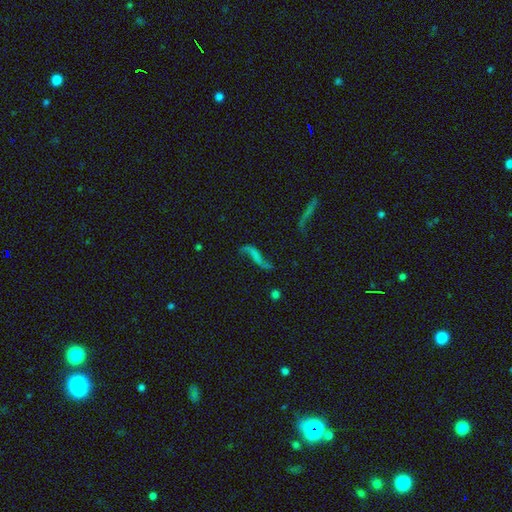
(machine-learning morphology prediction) Smooth or featured?
  - featured or disk: 68% *
  - smooth: 20%
  - star or artifact: 12%
Edge-on disk?
  - no: 88% *
  - yes: 12%
Bar?
  - no: 51% *
  - weak: 28%
  - strong: 21%
Spiral arms?
  - yes: 86% *
  - no: 14%
Spiral winding?
  - loose: 93% *
  - medium: 5%
  - tight: 2%
Spiral arm count?
  - 2: 89% *
  - 1: 6%
  - can't tell: 2%
  - 3: 1%
  - 4: 1%
  - more than 4: 1%
Bulge size?
  - none: 71% *
  - small: 17%
  - moderate: 7%
  - large: 3%
  - dominant: 2%
Merging?
  - none: 57% *
  - major disturbance: 19%
  - minor disturbance: 18%
  - merger: 6%